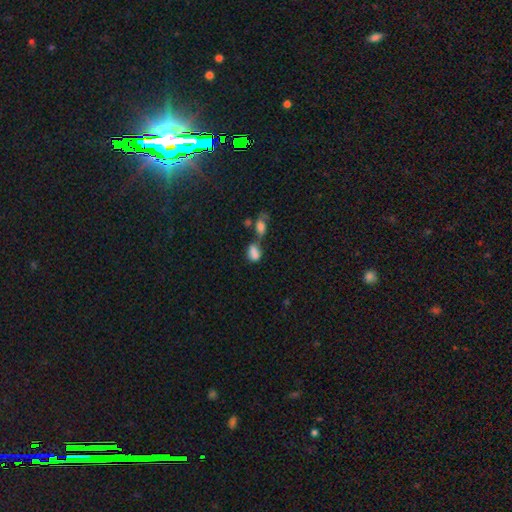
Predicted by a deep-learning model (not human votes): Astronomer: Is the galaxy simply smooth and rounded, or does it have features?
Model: smooth — 74%.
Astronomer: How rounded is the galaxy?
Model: in between — 75%.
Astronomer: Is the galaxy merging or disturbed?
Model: merger — 58%.